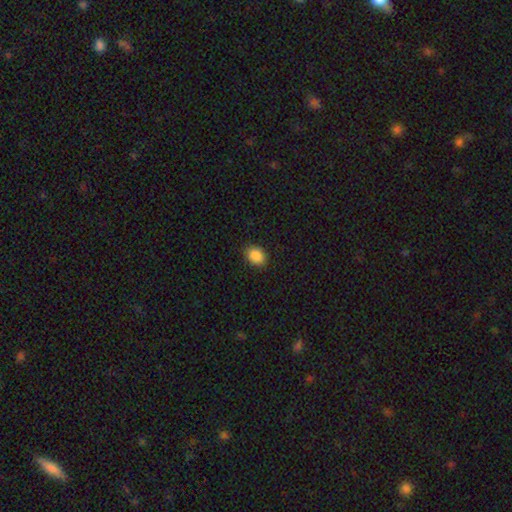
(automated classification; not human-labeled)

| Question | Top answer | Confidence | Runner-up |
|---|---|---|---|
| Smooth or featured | smooth | 89% | star or artifact (8%) |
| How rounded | in between | 65% | round (34%) |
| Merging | none | 89% | minor disturbance (8%) |